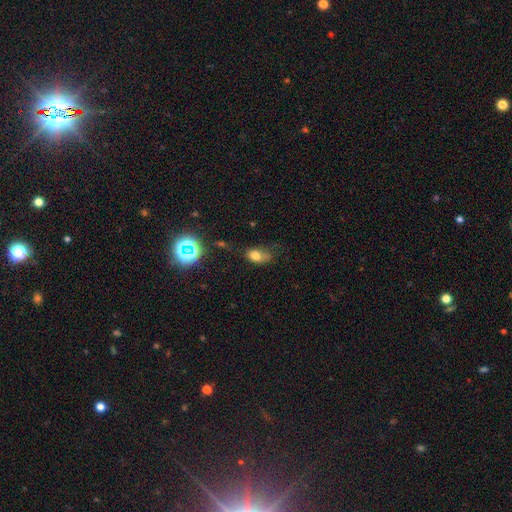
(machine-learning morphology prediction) This appears to be a smooth galaxy with no disk features (72%) that is in between round and cigar-shaped (79%). Merging: none (43%).